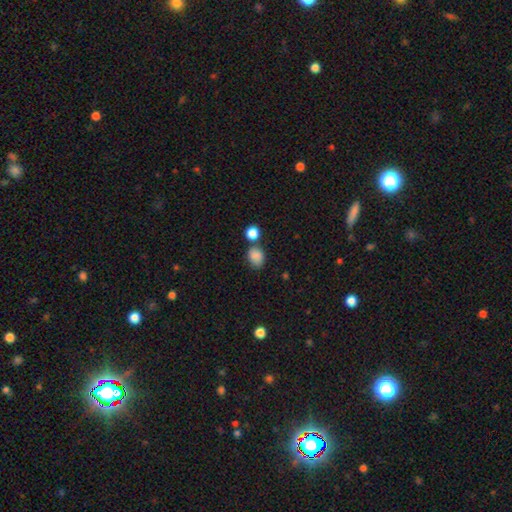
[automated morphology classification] Smooth or featured?
  - smooth: 85% *
  - star or artifact: 10%
  - featured or disk: 5%
How rounded?
  - in between: 59% *
  - round: 40%
  - cigar-shaped: 1%
Merging?
  - none: 58% *
  - merger: 19%
  - minor disturbance: 17%
  - major disturbance: 5%